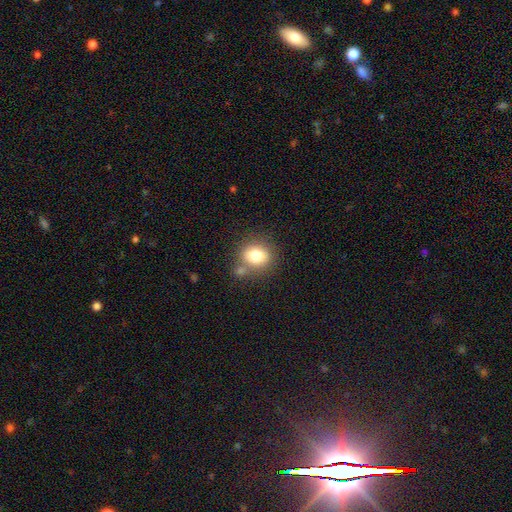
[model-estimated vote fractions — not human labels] smooth_or_featured: smooth (p=0.79) [alt: star or artifact p=0.11]
how_rounded: round (p=0.72) [alt: in between p=0.27]
merging: none (p=0.67) [alt: merger p=0.15]